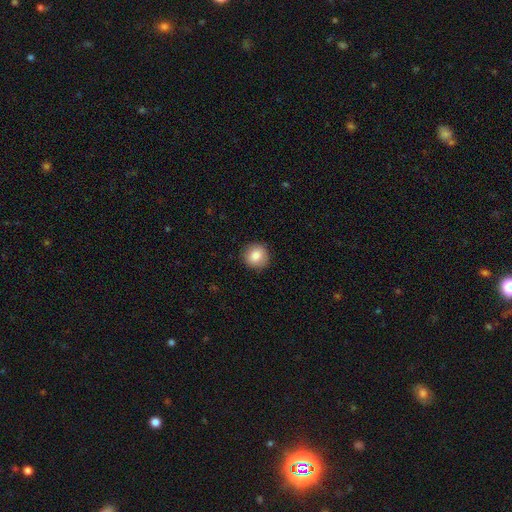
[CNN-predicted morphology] Q: Smooth or featured?
A: smooth (84%); runner-up: star or artifact (9%)
Q: How rounded?
A: round (92%); runner-up: in between (7%)
Q: Merging?
A: none (90%); runner-up: minor disturbance (7%)